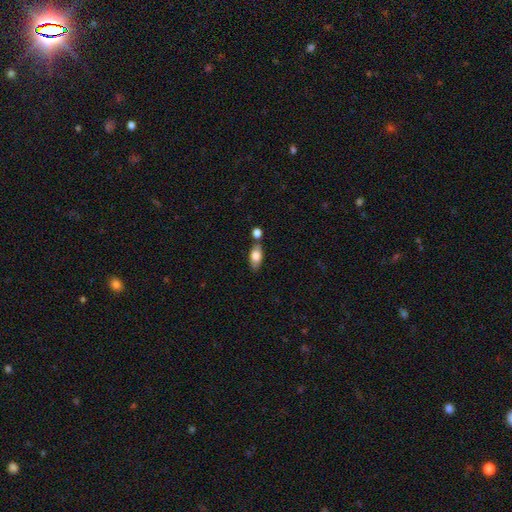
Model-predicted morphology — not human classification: The model was most divided on "merging": none: 63%, merger: 19%, minor disturbance: 14%, major disturbance: 4%. More confident: how rounded — in between (84%); smooth or featured — smooth (77%).